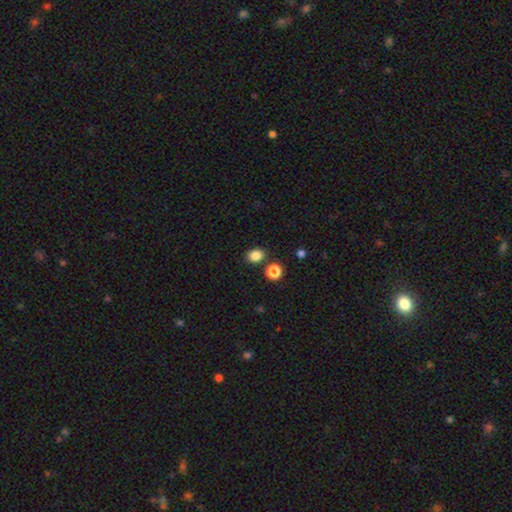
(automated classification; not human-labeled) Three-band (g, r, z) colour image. It shows a smooth galaxy with no disk features (84%) that is round (56%). Merging: none (82%).